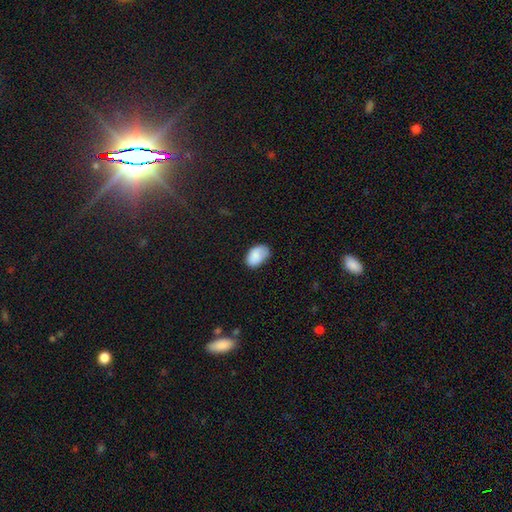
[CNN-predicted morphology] Smooth or featured?
  - smooth: 85% *
  - featured or disk: 8%
  - star or artifact: 7%
How rounded?
  - in between: 89% *
  - round: 10%
  - cigar-shaped: 1%
Merging?
  - none: 65% *
  - minor disturbance: 28%
  - major disturbance: 6%
  - merger: 2%